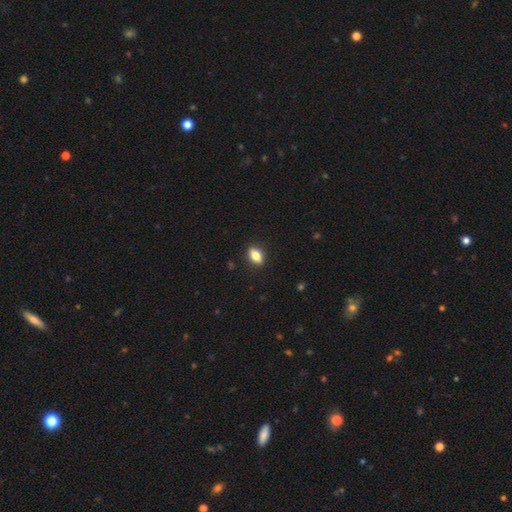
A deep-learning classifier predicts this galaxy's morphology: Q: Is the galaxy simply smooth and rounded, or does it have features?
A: smooth — 74%.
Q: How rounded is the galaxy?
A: in between — 81%.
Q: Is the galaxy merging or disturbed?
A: none — 88%.